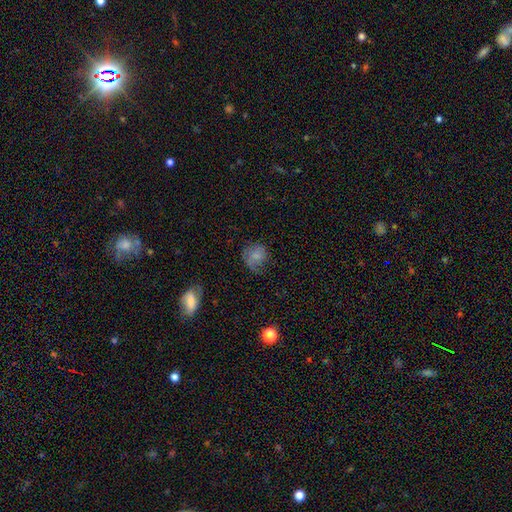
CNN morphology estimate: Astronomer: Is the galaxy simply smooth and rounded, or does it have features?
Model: smooth — 72%.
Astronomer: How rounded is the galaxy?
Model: round — 75%.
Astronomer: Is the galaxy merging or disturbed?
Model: none — 53%.